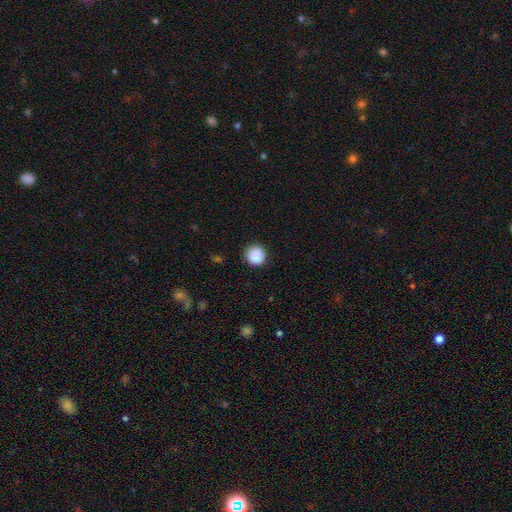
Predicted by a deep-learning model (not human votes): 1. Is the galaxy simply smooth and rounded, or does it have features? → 89% smooth, 8% star or artifact, 3% featured or disk.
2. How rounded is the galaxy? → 93% round, 6% in between, 1% cigar-shaped.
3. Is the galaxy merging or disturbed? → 90% none, 7% minor disturbance, 2% major disturbance, 1% merger.